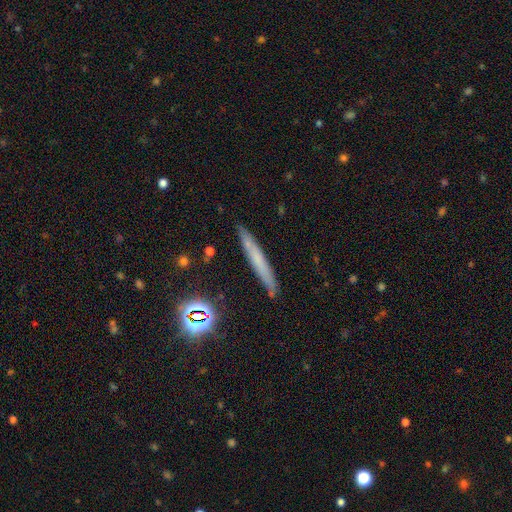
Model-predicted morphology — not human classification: smooth_or_featured: smooth (p=0.54) [alt: featured or disk p=0.33]
how_rounded: cigar-shaped (p=0.94) [alt: in between p=0.03]
merging: none (p=0.88) [alt: minor disturbance p=0.09]